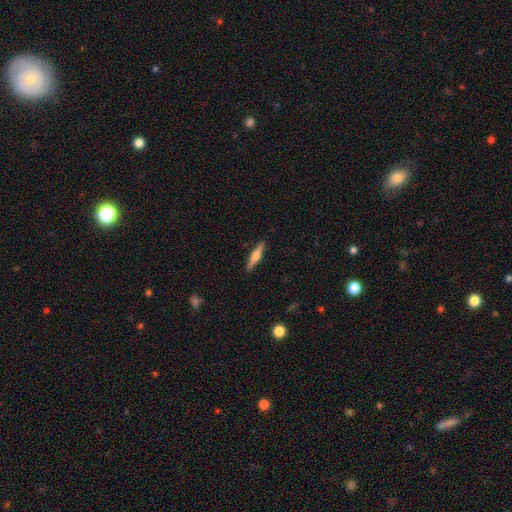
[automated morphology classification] Q: Smooth or featured?
A: featured or disk (58%); runner-up: smooth (37%)
Q: Edge-on disk?
A: yes (97%); runner-up: no (3%)
Q: Edge-on bulge?
A: rounded (86%); runner-up: boxy (9%)
Q: Merging?
A: none (91%); runner-up: minor disturbance (6%)